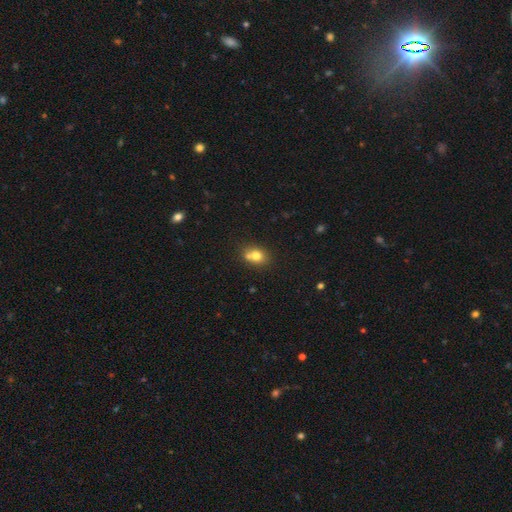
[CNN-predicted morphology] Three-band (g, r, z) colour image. It shows a smooth galaxy with no disk features (74%) that is round (50%). Merging: none (50%).